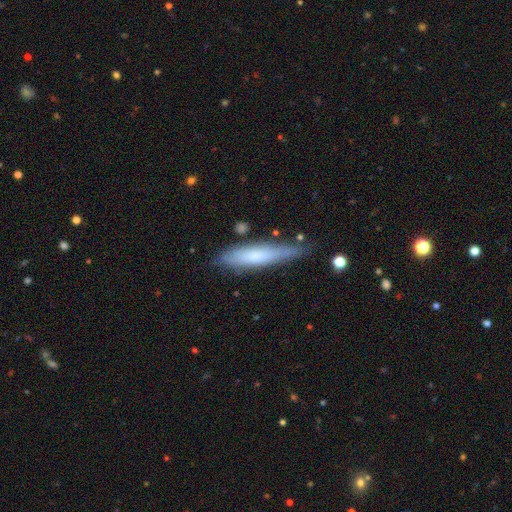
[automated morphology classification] smooth_or_featured: smooth (p=0.63) [alt: featured or disk p=0.31]
how_rounded: cigar-shaped (p=0.85) [alt: in between p=0.14]
merging: none (p=0.68) [alt: minor disturbance p=0.24]